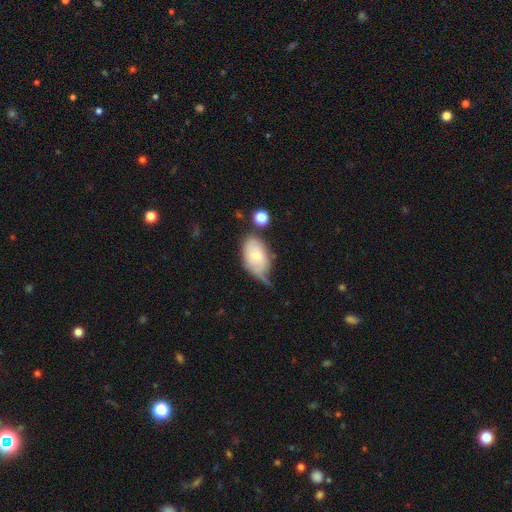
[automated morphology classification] smooth-or-featured: smooth: 63% | featured or disk: 30% | star or artifact: 7%
  how-rounded: in between: 91% | round: 8% | cigar-shaped: 2%
  merging: minor disturbance: 38% | none: 30% | major disturbance: 22% | merger: 10%